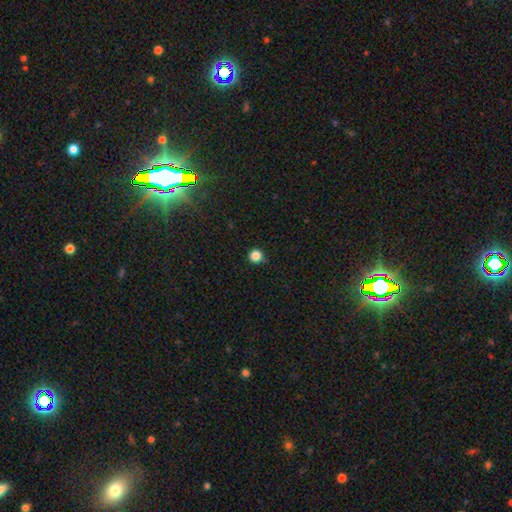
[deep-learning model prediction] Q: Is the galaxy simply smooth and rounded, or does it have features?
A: smooth — 85%.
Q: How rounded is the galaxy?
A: round — 96%.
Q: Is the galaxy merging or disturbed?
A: none — 89%.